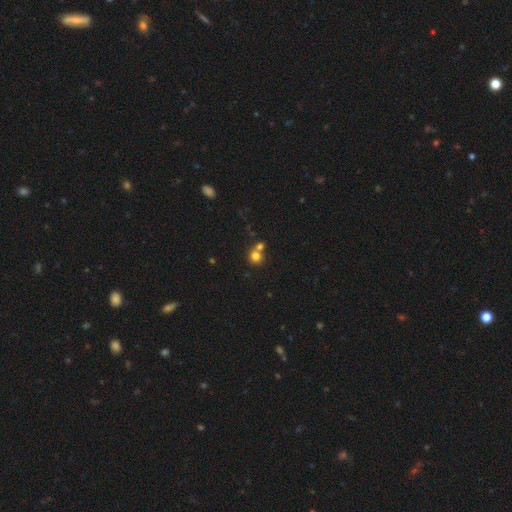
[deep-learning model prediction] The model was most divided on "merging": none: 51%, merger: 40%, minor disturbance: 6%, major disturbance: 3%. More confident: how rounded — round (87%); smooth or featured — smooth (77%).